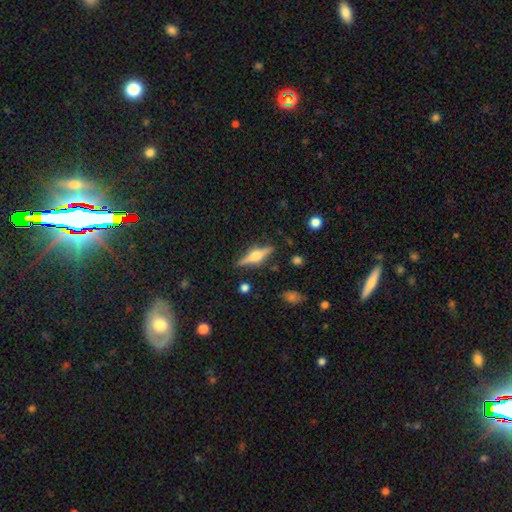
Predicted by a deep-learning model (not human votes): Overall: featured or disk (71%). Edge-on disk: yes (97%). Edge-on bulge: rounded (92%). Merging: none (87%).